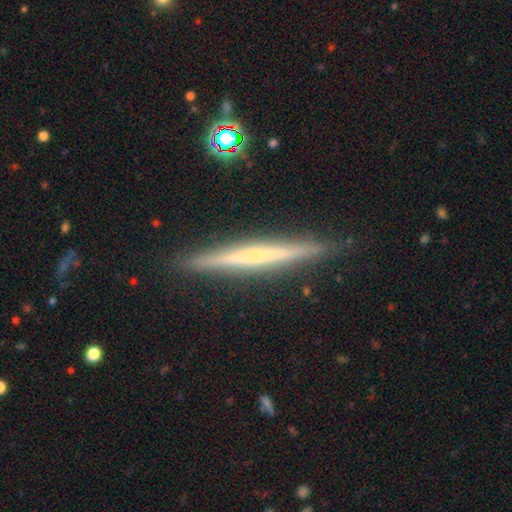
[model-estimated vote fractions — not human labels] Smooth or featured?
  - featured or disk: 61% *
  - smooth: 31%
  - star or artifact: 7%
Edge-on disk?
  - yes: 97% *
  - no: 3%
Edge-on bulge?
  - none: 78% *
  - rounded: 15%
  - boxy: 6%
Merging?
  - none: 91% *
  - minor disturbance: 7%
  - major disturbance: 1%
  - merger: 1%